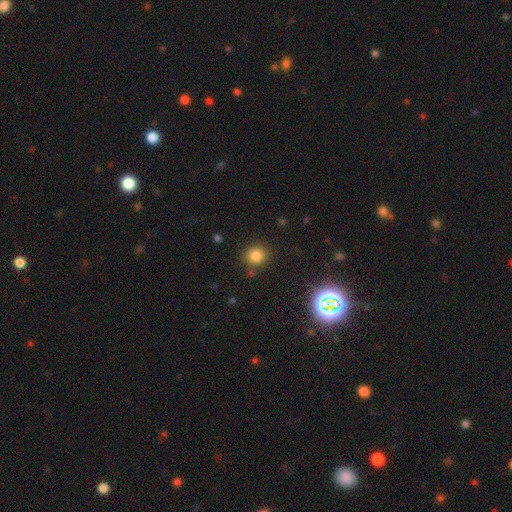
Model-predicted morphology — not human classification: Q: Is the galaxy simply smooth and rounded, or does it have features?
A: smooth — 81%.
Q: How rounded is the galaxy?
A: round — 87%.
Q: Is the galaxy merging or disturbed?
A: none — 84%.